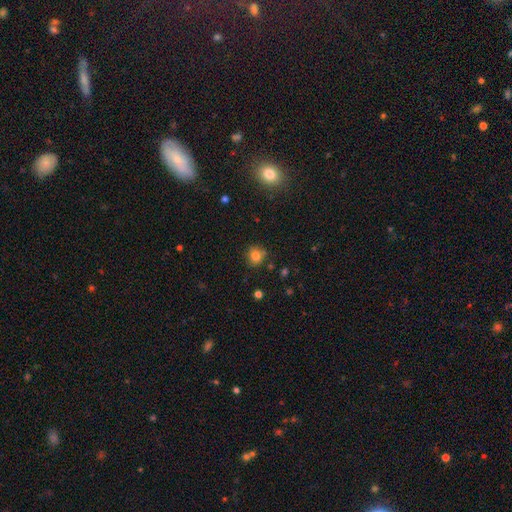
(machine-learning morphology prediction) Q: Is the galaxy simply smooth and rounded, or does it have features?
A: smooth — 78%.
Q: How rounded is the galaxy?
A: round — 80%.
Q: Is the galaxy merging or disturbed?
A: none — 78%.